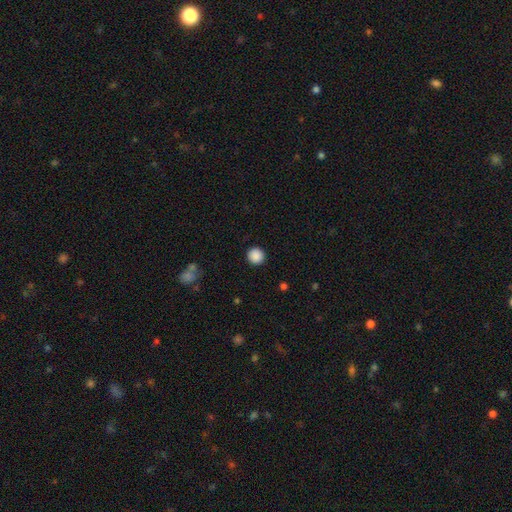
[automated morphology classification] The model was most divided on "smooth or featured": smooth: 88%, star or artifact: 9%, featured or disk: 3%. More confident: how rounded — round (95%); merging — none (92%).